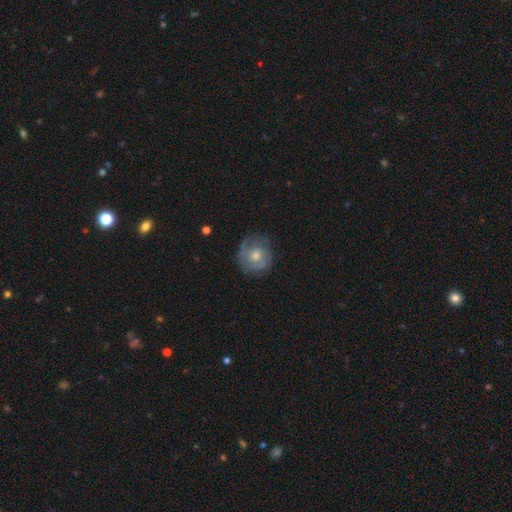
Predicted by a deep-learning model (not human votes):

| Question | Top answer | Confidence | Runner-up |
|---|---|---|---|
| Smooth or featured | featured or disk | 61% | smooth (30%) |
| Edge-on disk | no | 97% | yes (3%) |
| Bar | no | 80% | weak (18%) |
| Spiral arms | yes | 78% | no (22%) |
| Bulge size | moderate | 63% | small (30%) |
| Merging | none | 76% | minor disturbance (17%) |